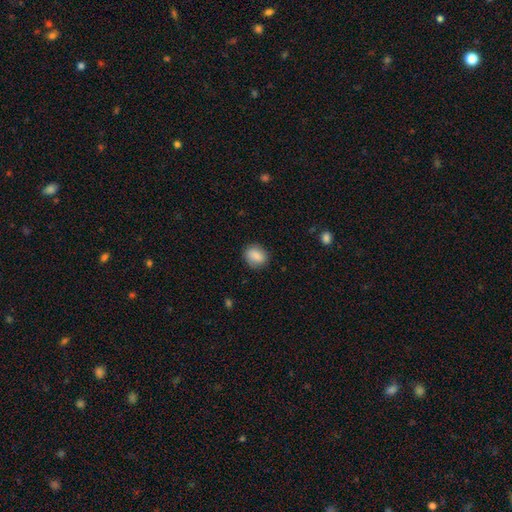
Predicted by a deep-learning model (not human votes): A smooth galaxy with no disk features (85%) that is round (54%).

Vote fractions:
- Smooth or featured? smooth: 85% / star or artifact: 8% / featured or disk: 7%
- How rounded? round: 54% / in between: 45% / cigar-shaped: 1%
- Merging? none: 84% / minor disturbance: 12% / major disturbance: 3% / merger: 1%